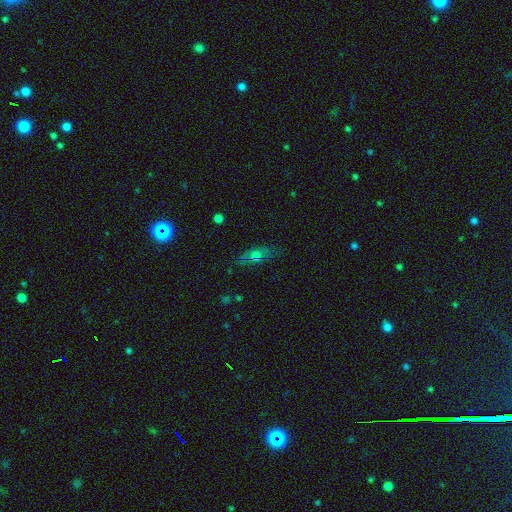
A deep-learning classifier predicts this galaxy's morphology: Smooth or featured? Predicted: smooth (p=0.52). How rounded? Predicted: in between (p=0.66). Merging? Predicted: none (p=0.72).